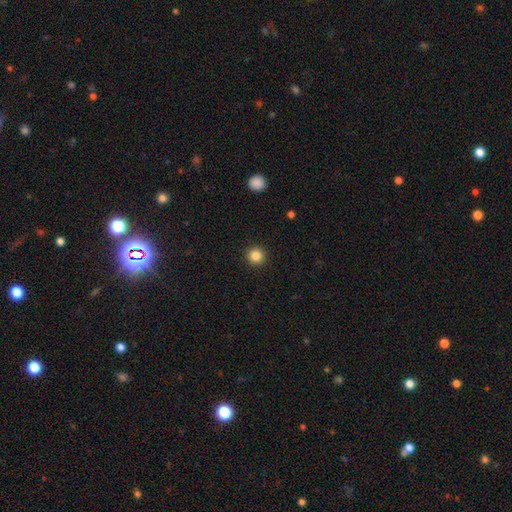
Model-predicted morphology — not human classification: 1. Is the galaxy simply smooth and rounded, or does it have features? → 85% smooth, 11% star or artifact, 4% featured or disk.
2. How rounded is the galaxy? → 96% round, 3% in between, 1% cigar-shaped.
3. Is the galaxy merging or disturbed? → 93% none, 4% minor disturbance, 2% major disturbance, 1% merger.